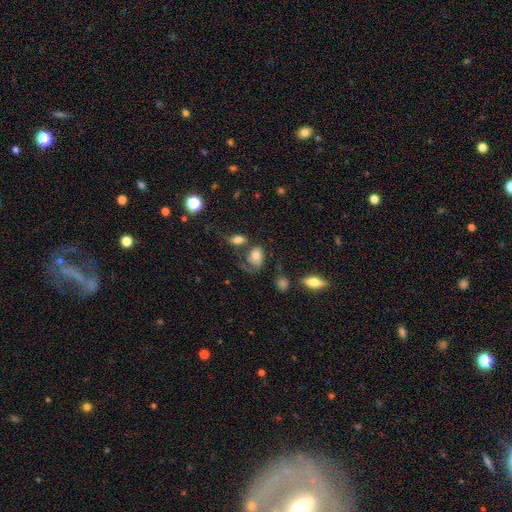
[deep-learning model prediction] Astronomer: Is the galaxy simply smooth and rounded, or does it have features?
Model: smooth — 63%.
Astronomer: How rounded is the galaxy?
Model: in between — 76%.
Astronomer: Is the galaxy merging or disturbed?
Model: none — 32% (runner-up: major disturbance, 29%).